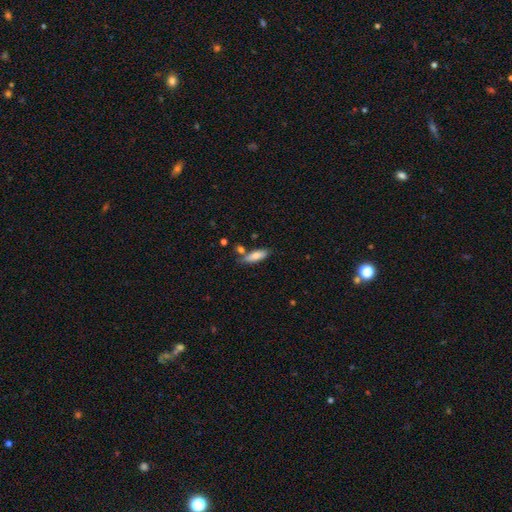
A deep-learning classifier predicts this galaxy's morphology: smooth_or_featured: smooth (p=0.79) [alt: featured or disk p=0.15]
how_rounded: in between (p=0.52) [alt: cigar-shaped p=0.46]
merging: none (p=0.70) [alt: minor disturbance p=0.16]